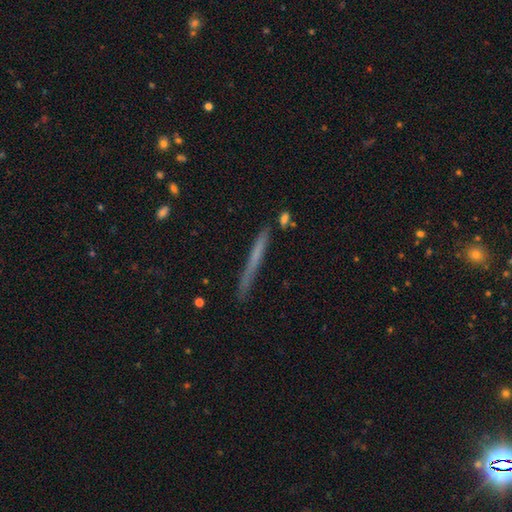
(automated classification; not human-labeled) Smooth or featured? smooth (51%)
How rounded? cigar-shaped (97%)
Merging? none (84%)